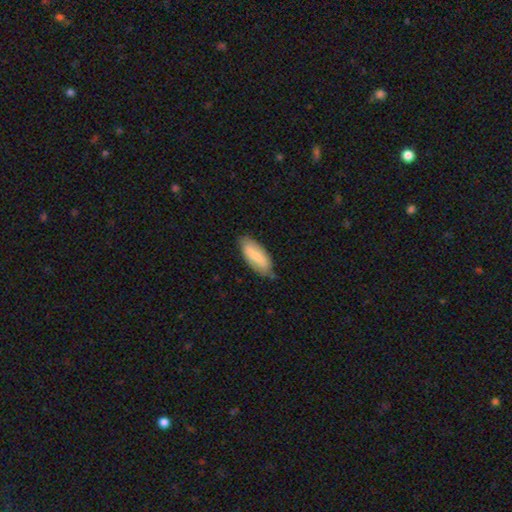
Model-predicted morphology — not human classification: smooth 68%, featured or disk 26%, star or artifact 6%. Down the decision tree: how rounded — in between (79%); merging — none (74%).